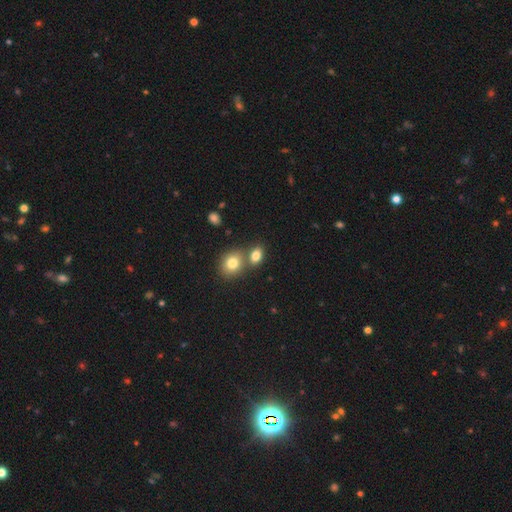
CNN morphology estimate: smooth-or-featured: smooth: 81% | star or artifact: 10% | featured or disk: 9%
  how-rounded: in between: 69% | round: 29% | cigar-shaped: 2%
  merging: none: 48% | merger: 39% | minor disturbance: 10% | major disturbance: 3%